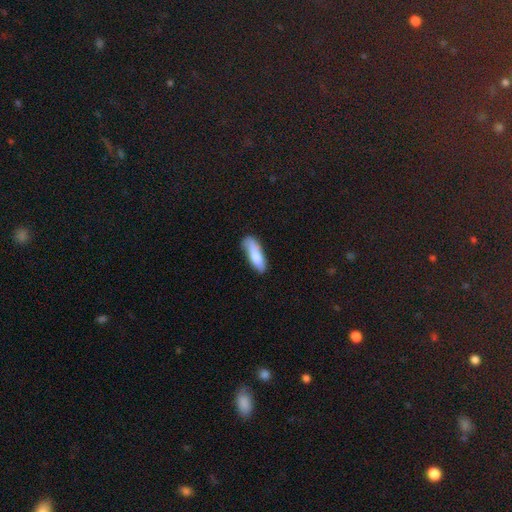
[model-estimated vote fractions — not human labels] Smooth or featured: smooth — 82% (featured or disk — 12%)
How rounded: cigar-shaped — 51% (in between — 47%)
Merging: none — 61% (minor disturbance — 28%)